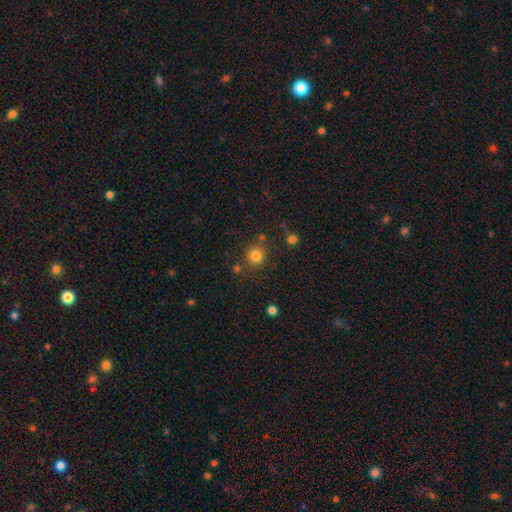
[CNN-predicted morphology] A smooth galaxy with no disk features (81%) that is round (92%).

Vote fractions:
- Smooth or featured? smooth: 81% / star or artifact: 14% / featured or disk: 5%
- How rounded? round: 92% / in between: 7% / cigar-shaped: 1%
- Merging? none: 80% / minor disturbance: 9% / merger: 7% / major disturbance: 4%